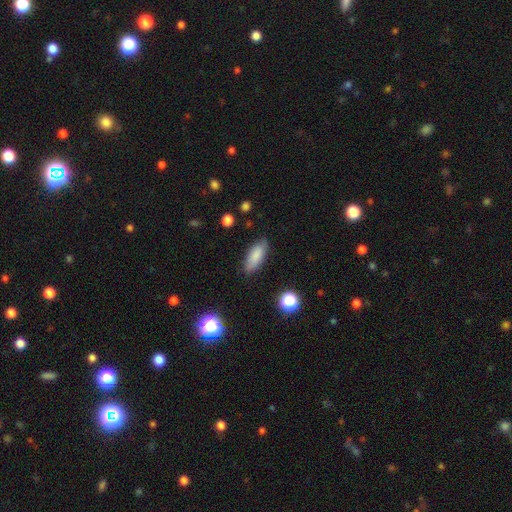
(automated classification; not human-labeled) The model was most divided on "how rounded": in between: 75%, cigar-shaped: 23%, round: 2%. More confident: smooth or featured — smooth (84%); merging — none (83%).